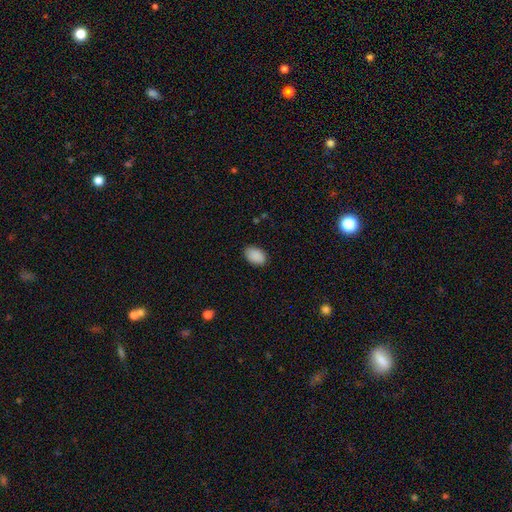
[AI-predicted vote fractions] Smooth or featured? smooth (90%)
How rounded? in between (86%)
Merging? none (86%)